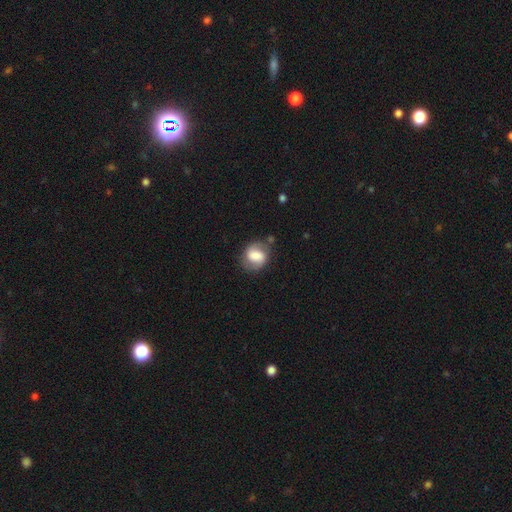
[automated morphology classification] Smooth or featured: smooth — 57% (featured or disk — 35%)
How rounded: round — 56% (in between — 43%)
Merging: none — 63% (minor disturbance — 23%)